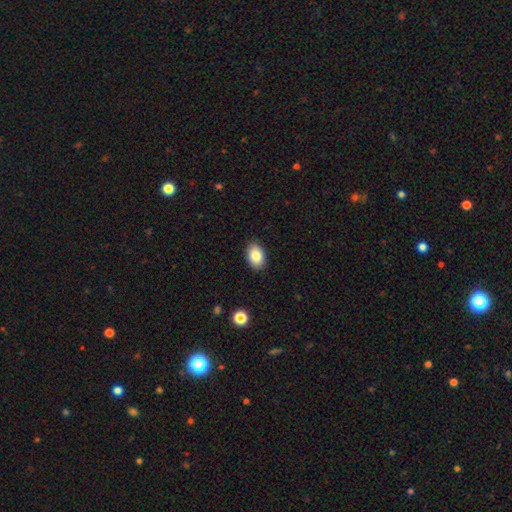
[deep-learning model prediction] Smooth or featured?
  - smooth: 86% *
  - star or artifact: 8%
  - featured or disk: 7%
How rounded?
  - in between: 87% *
  - round: 12%
  - cigar-shaped: 1%
Merging?
  - none: 89% *
  - minor disturbance: 8%
  - major disturbance: 2%
  - merger: 1%